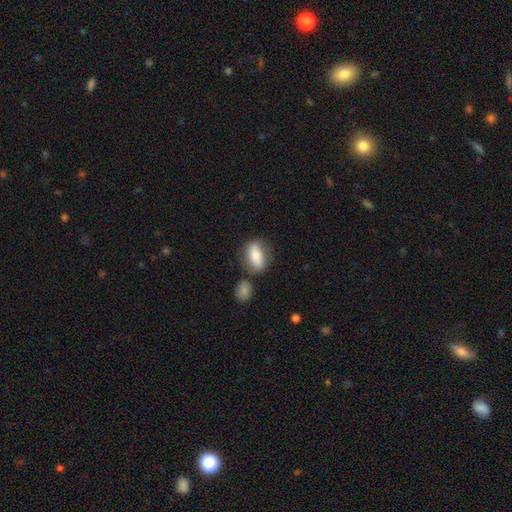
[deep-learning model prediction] Smooth or featured? Predicted: smooth (p=0.75). How rounded? Predicted: in between (p=0.81). Merging? Predicted: none (p=0.69).